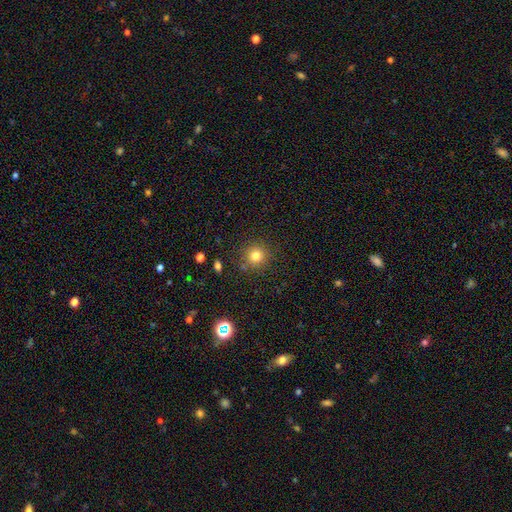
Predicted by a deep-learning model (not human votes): Smooth or featured?
  - smooth: 80% *
  - star or artifact: 14%
  - featured or disk: 7%
How rounded?
  - round: 93% *
  - in between: 6%
  - cigar-shaped: 1%
Merging?
  - none: 86% *
  - minor disturbance: 8%
  - merger: 3%
  - major disturbance: 3%